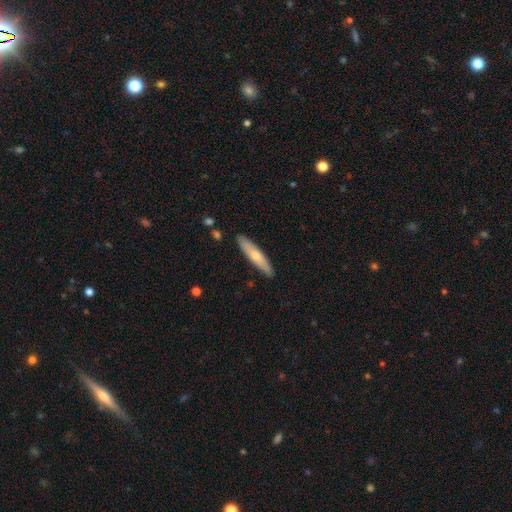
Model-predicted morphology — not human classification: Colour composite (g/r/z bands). It shows a smooth galaxy with no disk features (58%) that is cigar-shaped (84%). Merging: none (89%).